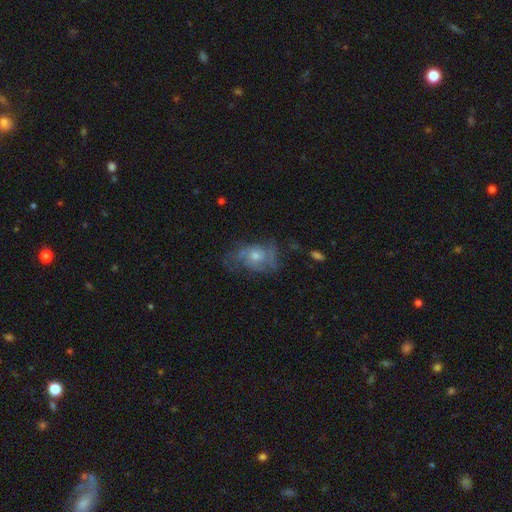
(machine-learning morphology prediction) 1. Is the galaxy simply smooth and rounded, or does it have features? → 62% featured or disk, 26% smooth, 12% star or artifact.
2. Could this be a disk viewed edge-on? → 95% no, 5% yes.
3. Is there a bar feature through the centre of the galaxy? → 80% no, 17% weak, 3% strong.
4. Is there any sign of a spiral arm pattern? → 74% yes, 26% no.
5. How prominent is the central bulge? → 50% moderate, 41% small, 5% large, 4% none, 1% dominant.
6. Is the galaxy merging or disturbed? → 53% none, 25% minor disturbance, 20% major disturbance, 2% merger.